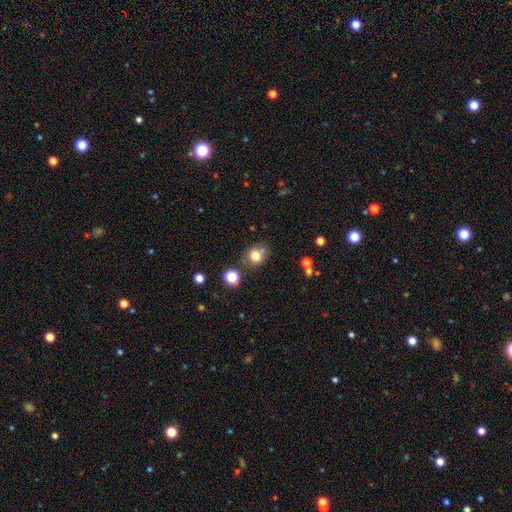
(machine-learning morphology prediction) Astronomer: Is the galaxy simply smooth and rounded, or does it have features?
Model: smooth — 77%.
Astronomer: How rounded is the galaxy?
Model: round — 73%.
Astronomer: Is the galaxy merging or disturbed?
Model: none — 67%.